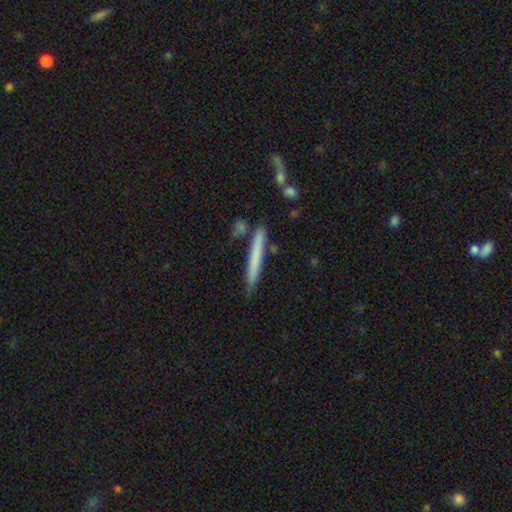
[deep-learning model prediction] This appears to be a smooth galaxy with no disk features (65%) that is cigar-shaped (96%). Merging: none (83%).